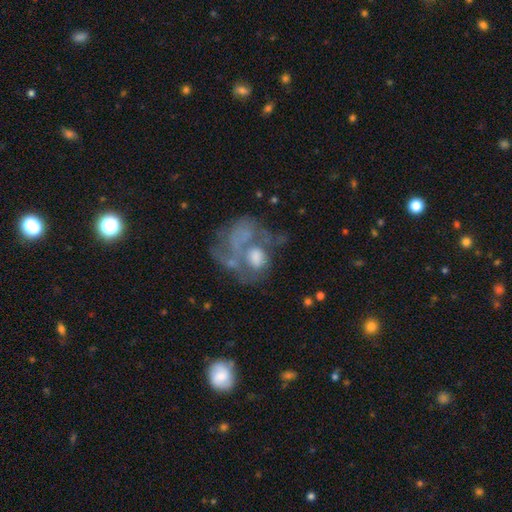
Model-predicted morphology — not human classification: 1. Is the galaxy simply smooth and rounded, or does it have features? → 60% featured or disk, 27% smooth, 13% star or artifact.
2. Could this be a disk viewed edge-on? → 98% no, 2% yes.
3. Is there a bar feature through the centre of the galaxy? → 87% no, 10% weak, 3% strong.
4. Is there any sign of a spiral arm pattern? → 66% no, 34% yes.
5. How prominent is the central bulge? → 33% moderate, 31% none, 17% large, 15% small, 4% dominant.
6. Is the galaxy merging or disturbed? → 36% major disturbance, 28% merger, 23% none, 13% minor disturbance.